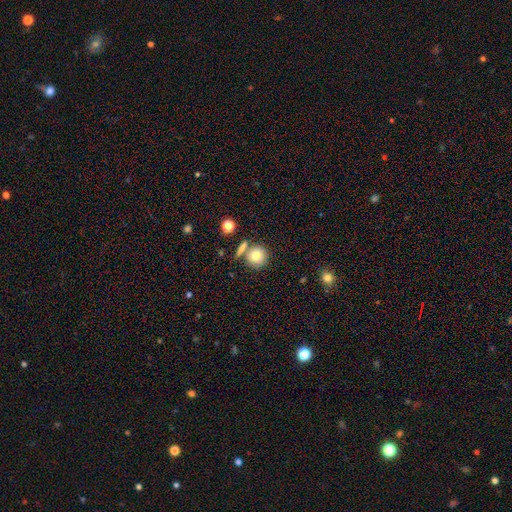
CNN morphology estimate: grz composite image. It shows a smooth galaxy with no disk features (78%) that is round (88%). Merging: none (64%).